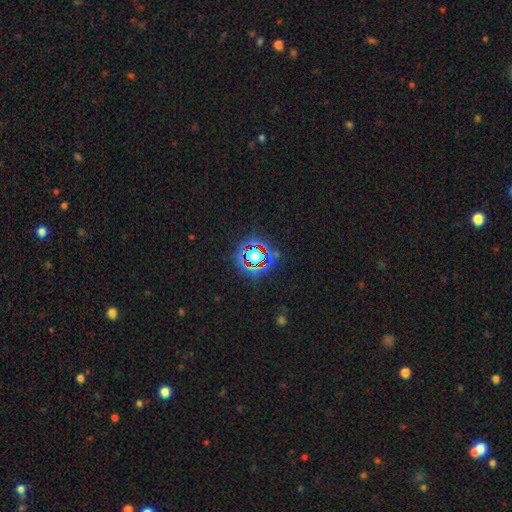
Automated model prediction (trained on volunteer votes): The model was most divided on "smooth or featured": star or artifact: 70%, smooth: 18%, featured or disk: 11%.